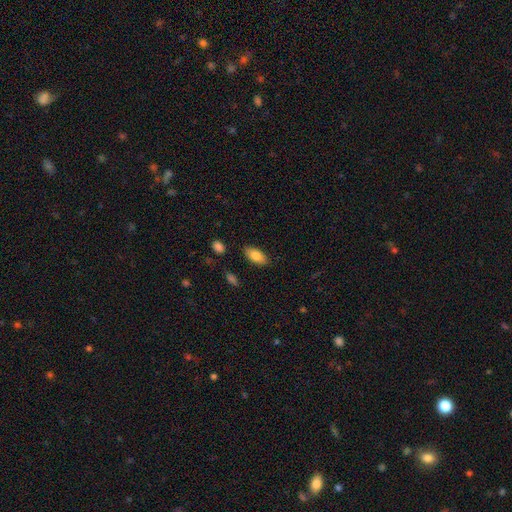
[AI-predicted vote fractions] Smooth or featured?
  - smooth: 83% *
  - featured or disk: 10%
  - star or artifact: 7%
How rounded?
  - in between: 90% *
  - cigar-shaped: 7%
  - round: 3%
Merging?
  - none: 85% *
  - minor disturbance: 10%
  - major disturbance: 3%
  - merger: 2%